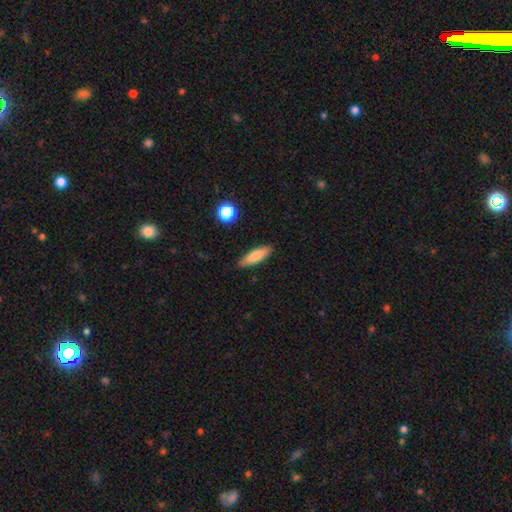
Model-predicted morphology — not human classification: smooth 79%, featured or disk 14%, star or artifact 7%. Down the decision tree: how rounded — cigar-shaped (59%); merging — none (87%).